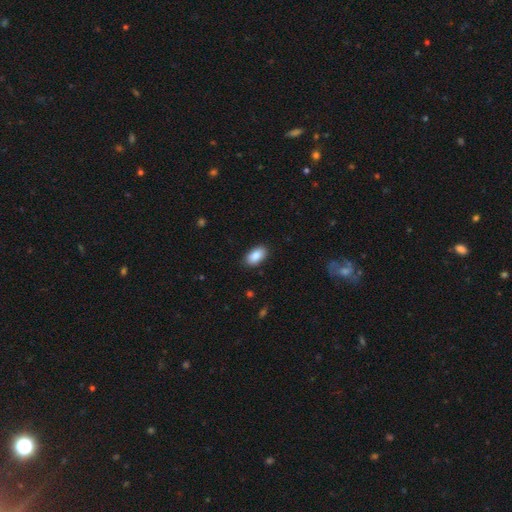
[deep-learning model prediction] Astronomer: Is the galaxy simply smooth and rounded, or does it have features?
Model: smooth — 89%.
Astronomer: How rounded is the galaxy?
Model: in between — 94%.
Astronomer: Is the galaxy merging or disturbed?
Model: none — 89%.